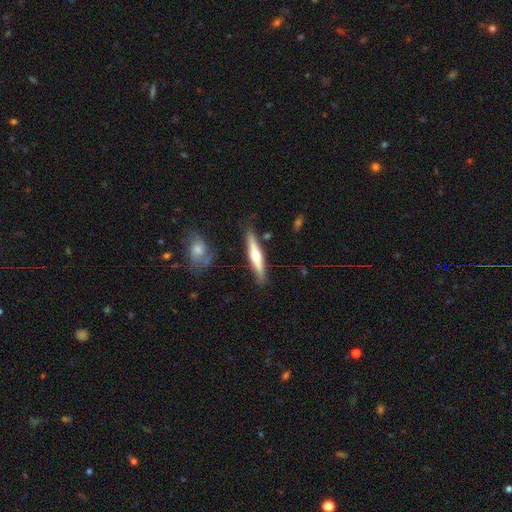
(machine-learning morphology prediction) A featured or disk galaxy (56%) viewed edge-on (94%) with a rounded central bulge (89%). Merging: none (84%).